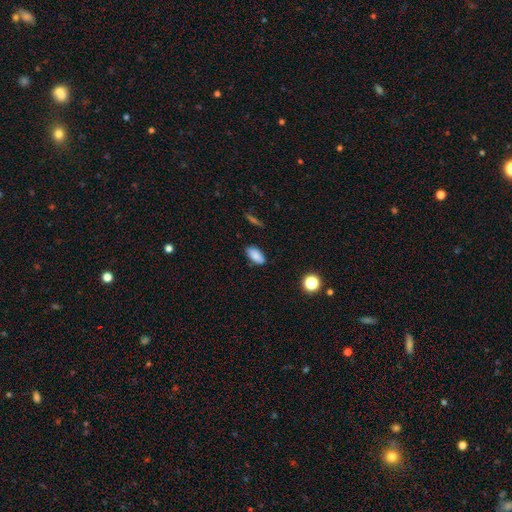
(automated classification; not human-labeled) Smooth or featured?
  - smooth: 86% *
  - star or artifact: 9%
  - featured or disk: 6%
How rounded?
  - in between: 92% *
  - cigar-shaped: 5%
  - round: 4%
Merging?
  - none: 83% *
  - minor disturbance: 13%
  - major disturbance: 2%
  - merger: 2%